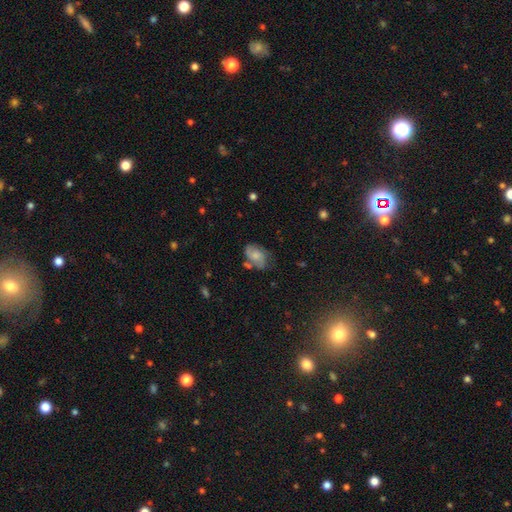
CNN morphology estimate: smooth 48%, featured or disk 43%, star or artifact 9%. Down the decision tree: merging — none (49%).